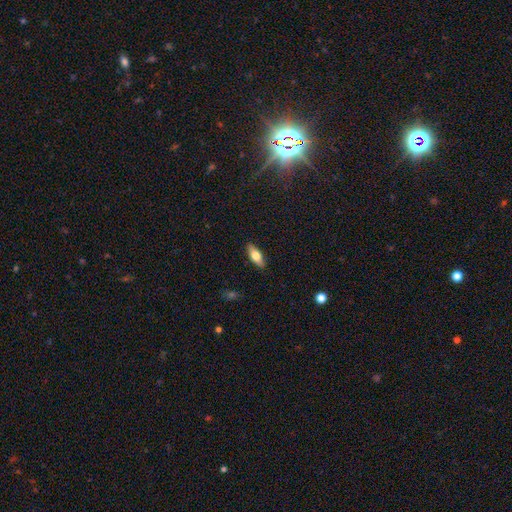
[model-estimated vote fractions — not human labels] smooth 69%, featured or disk 25%, star or artifact 6%. Down the decision tree: how rounded — in between (70%); merging — none (89%).